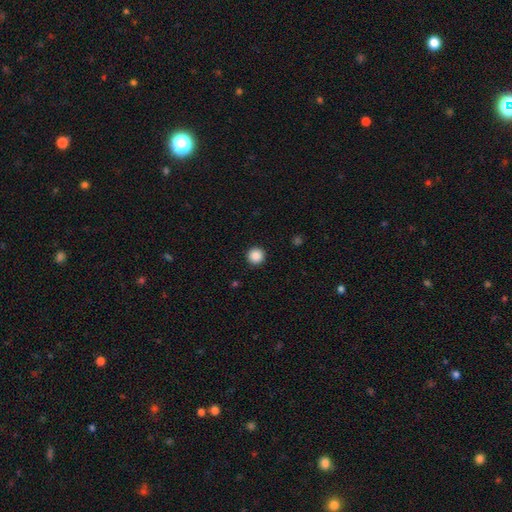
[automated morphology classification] Smooth or featured? smooth (88%)
How rounded? round (96%)
Merging? none (93%)